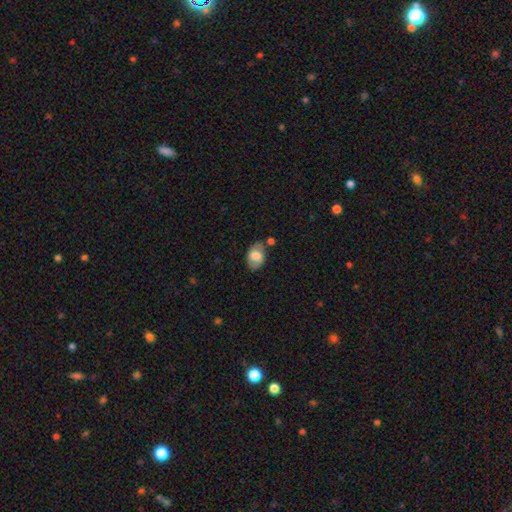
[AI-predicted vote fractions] Q: Smooth or featured?
A: smooth (54%); runner-up: featured or disk (38%)
Q: How rounded?
A: in between (88%); runner-up: round (11%)
Q: Merging?
A: none (65%); runner-up: minor disturbance (21%)